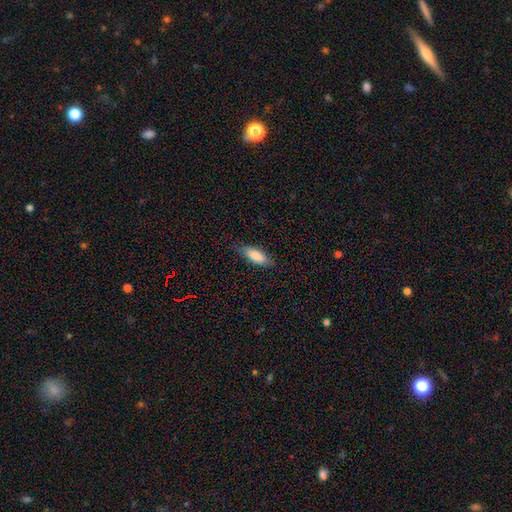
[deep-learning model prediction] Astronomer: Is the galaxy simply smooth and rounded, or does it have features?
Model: smooth — 81%.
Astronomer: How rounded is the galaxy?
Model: in between — 70%.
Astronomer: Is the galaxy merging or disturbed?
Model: none — 78%.